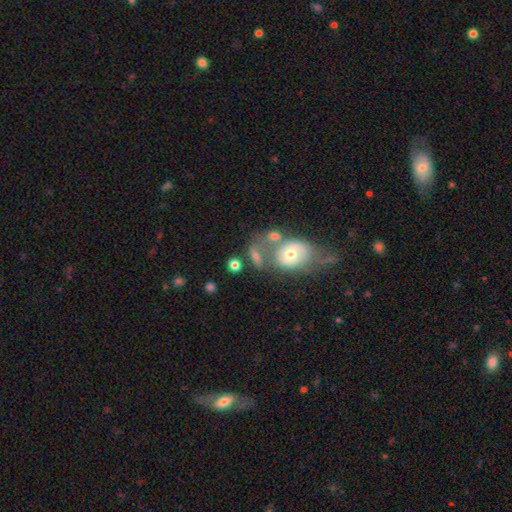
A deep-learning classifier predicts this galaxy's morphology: The model was most divided on "merging": none: 33%, merger: 32%, major disturbance: 18%, minor disturbance: 17%. More confident: how rounded — in between (70%); smooth or featured — smooth (53%).